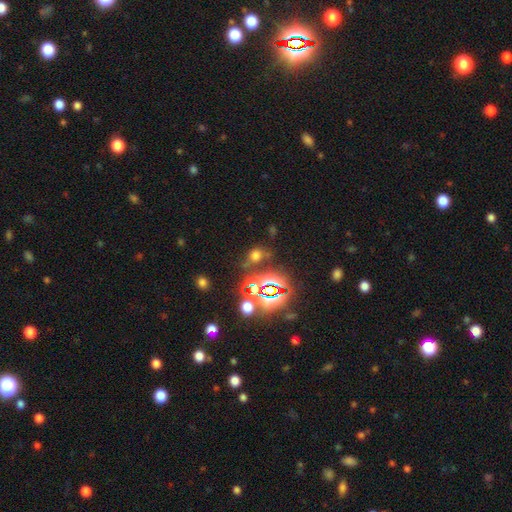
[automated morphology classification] A smooth galaxy with no disk features (47%).

Vote fractions:
- Smooth or featured? smooth: 47% / star or artifact: 44% / featured or disk: 9%
- Merging? none: 69% / minor disturbance: 14% / merger: 9% / major disturbance: 7%